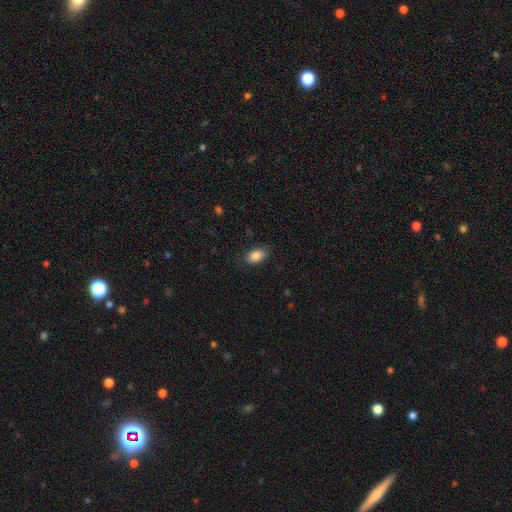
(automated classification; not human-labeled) A smooth galaxy with no disk features (87%) that is in between round and cigar-shaped (88%). Merging: none (82%).